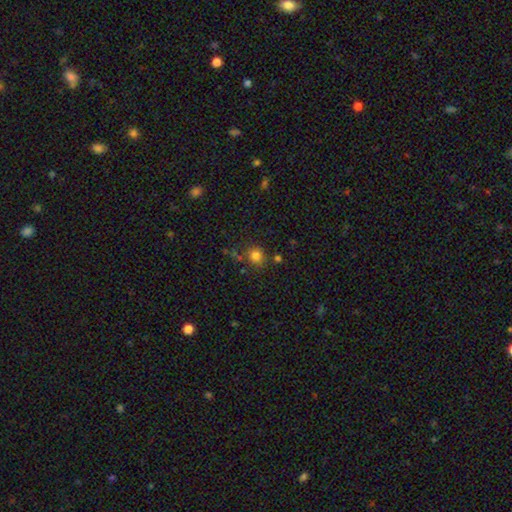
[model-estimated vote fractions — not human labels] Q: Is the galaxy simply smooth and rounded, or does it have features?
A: smooth — 80%.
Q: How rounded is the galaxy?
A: round — 88%.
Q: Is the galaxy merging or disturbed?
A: none — 76%.